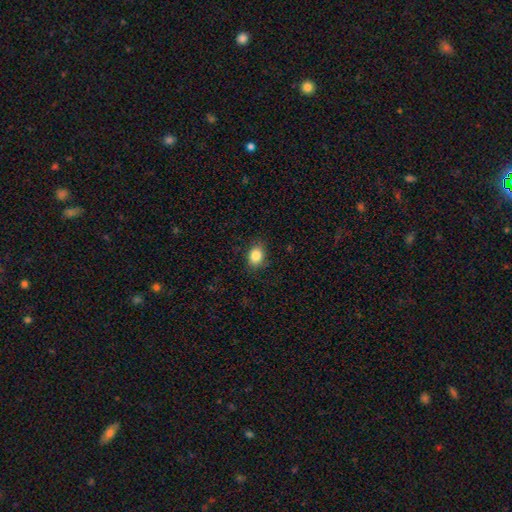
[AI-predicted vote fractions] Overall: smooth (86%). How rounded: in between (59%; round 40%). Merging: none (84%).